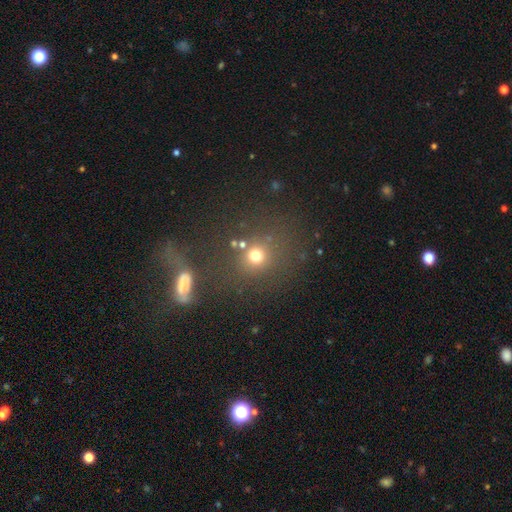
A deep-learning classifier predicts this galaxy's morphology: A smooth galaxy with no disk features (70%) that is round (81%).

Vote fractions:
- Smooth or featured? smooth: 70% / star or artifact: 21% / featured or disk: 9%
- How rounded? round: 81% / in between: 17% / cigar-shaped: 1%
- Merging? none: 71% / minor disturbance: 11% / merger: 11% / major disturbance: 8%